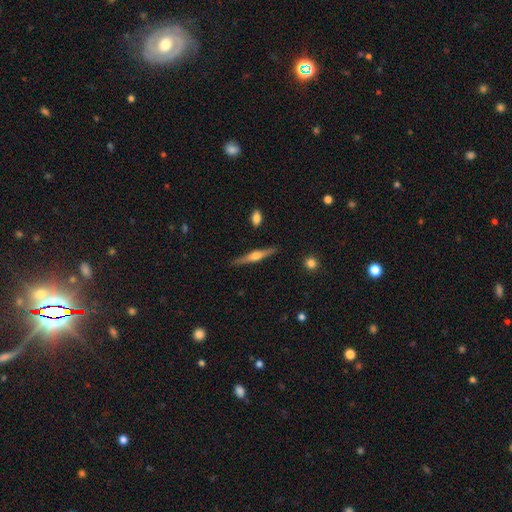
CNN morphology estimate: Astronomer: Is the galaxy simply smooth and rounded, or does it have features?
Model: featured or disk — 69%.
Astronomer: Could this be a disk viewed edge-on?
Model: yes — 97%.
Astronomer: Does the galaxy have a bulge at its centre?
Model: rounded — 91%.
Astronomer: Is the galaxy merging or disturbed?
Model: none — 87%.